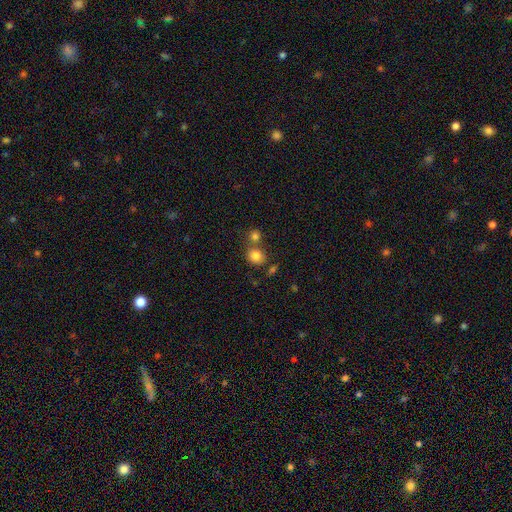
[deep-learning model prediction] A smooth galaxy with no disk features (82%) that is round (80%). Merging: none (57%).